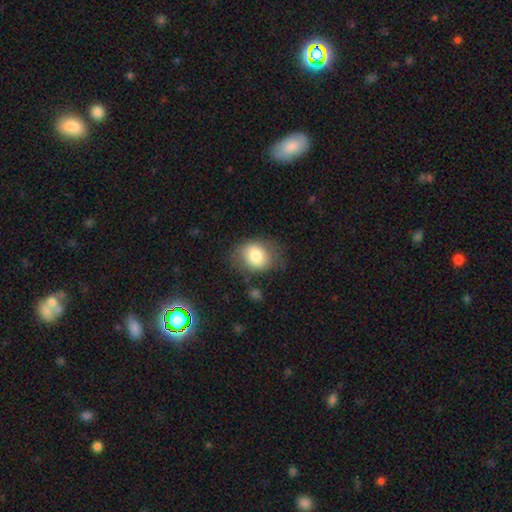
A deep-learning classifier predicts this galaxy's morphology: A smooth galaxy with no disk features (79%) that is round (50%).

Vote fractions:
- Smooth or featured? smooth: 79% / featured or disk: 12% / star or artifact: 8%
- How rounded? round: 50% / in between: 49% / cigar-shaped: 1%
- Merging? none: 67% / minor disturbance: 22% / major disturbance: 8% / merger: 3%